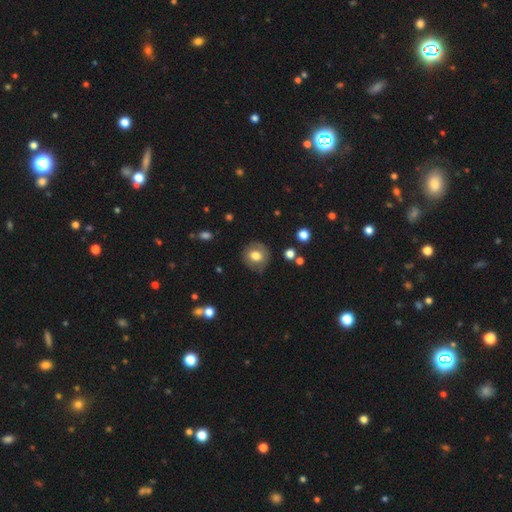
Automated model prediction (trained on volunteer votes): Overall: smooth (71%). How rounded: round (85%). Merging: none (79%).